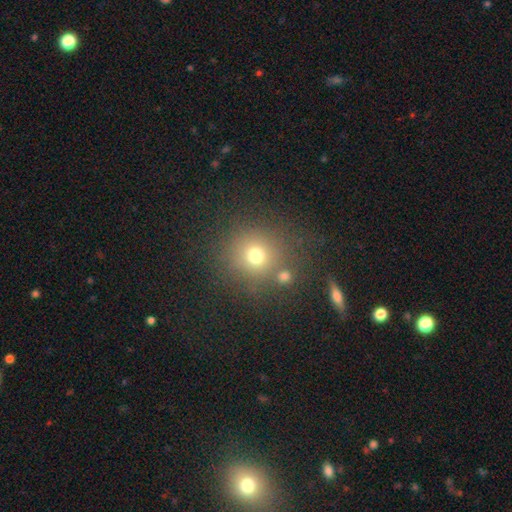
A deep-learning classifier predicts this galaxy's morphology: Smooth or featured: smooth — 70% (star or artifact — 20%)
How rounded: round — 91% (in between — 8%)
Merging: none — 76% (merger — 10%)